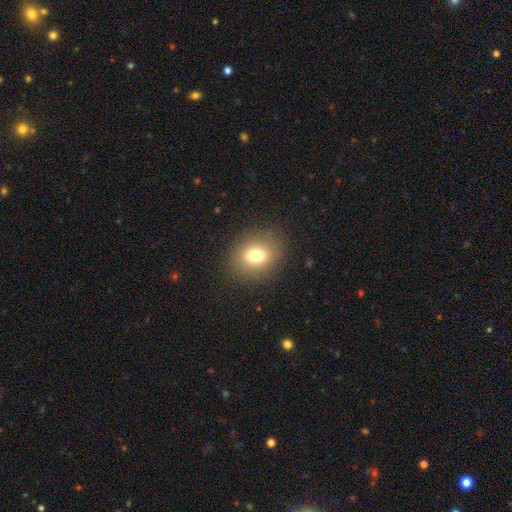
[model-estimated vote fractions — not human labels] The model was most divided on "how rounded": round: 50%, in between: 48%, cigar-shaped: 1%. More confident: merging — none (86%); smooth or featured — smooth (76%).